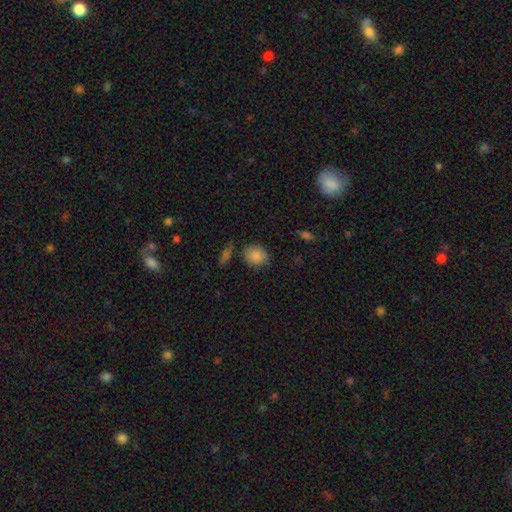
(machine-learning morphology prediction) A smooth galaxy with no disk features (86%) that is round (73%). Merging: none (74%).